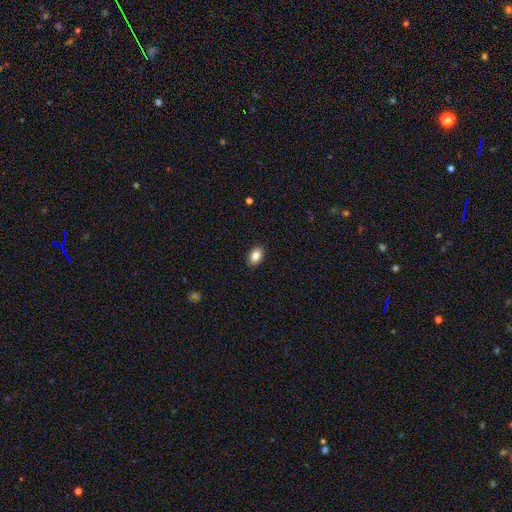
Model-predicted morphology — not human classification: This is clearly a smooth galaxy (85%). How rounded: clearly in between (84%). Merging: clearly none (90%).